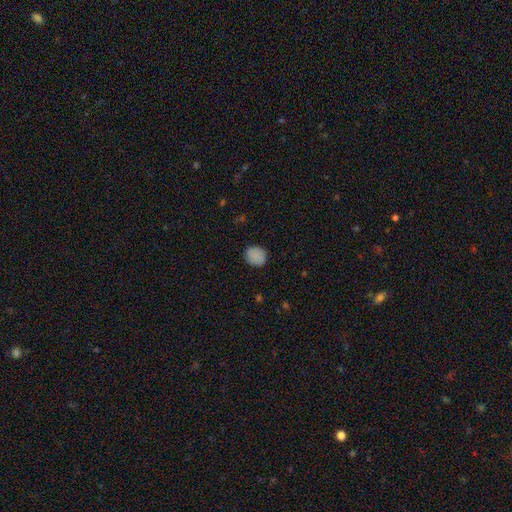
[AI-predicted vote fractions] A smooth galaxy with no disk features (87%) that is round (76%). Merging: none (86%).